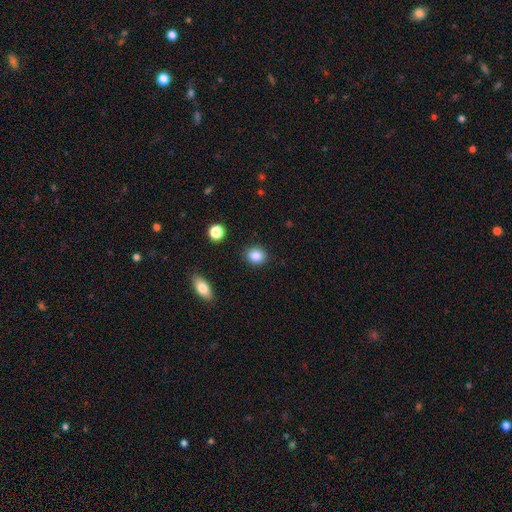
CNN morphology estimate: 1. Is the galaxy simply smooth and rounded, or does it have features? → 86% smooth, 9% star or artifact, 4% featured or disk.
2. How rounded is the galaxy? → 68% round, 31% in between, 1% cigar-shaped.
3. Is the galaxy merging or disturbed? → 89% none, 7% minor disturbance, 2% major disturbance, 2% merger.